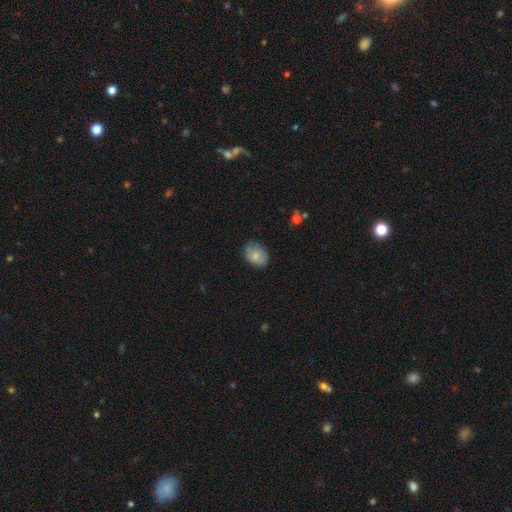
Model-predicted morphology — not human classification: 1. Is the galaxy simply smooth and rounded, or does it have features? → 78% smooth, 15% featured or disk, 8% star or artifact.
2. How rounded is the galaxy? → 67% in between, 32% round, 1% cigar-shaped.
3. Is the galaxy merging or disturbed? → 76% none, 20% minor disturbance, 3% major disturbance, 1% merger.